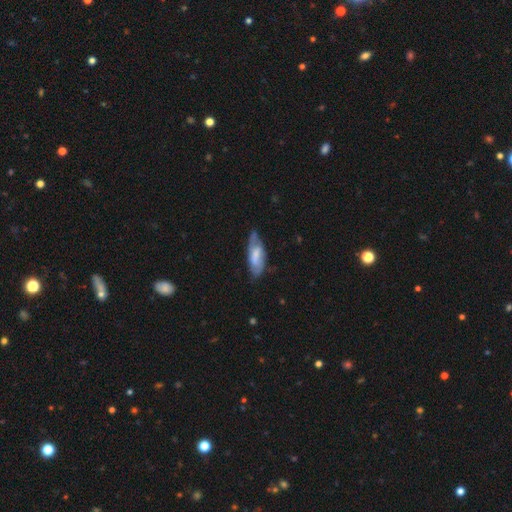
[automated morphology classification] This is possibly a smooth galaxy (51%). How rounded: likely in between (73%). Merging: possibly none (56%).